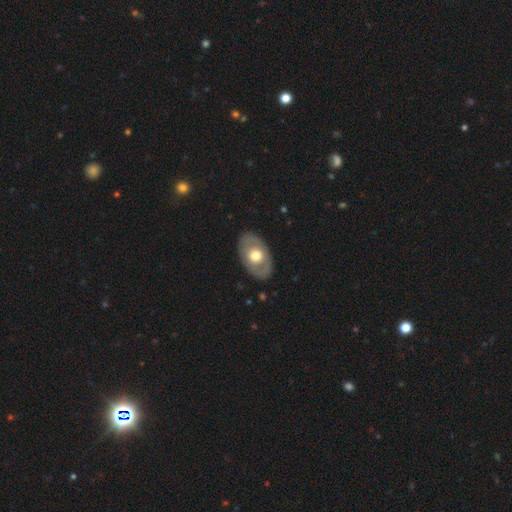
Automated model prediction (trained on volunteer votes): A smooth galaxy with no disk features (51%) that is in between round and cigar-shaped (85%). Merging: none (85%).